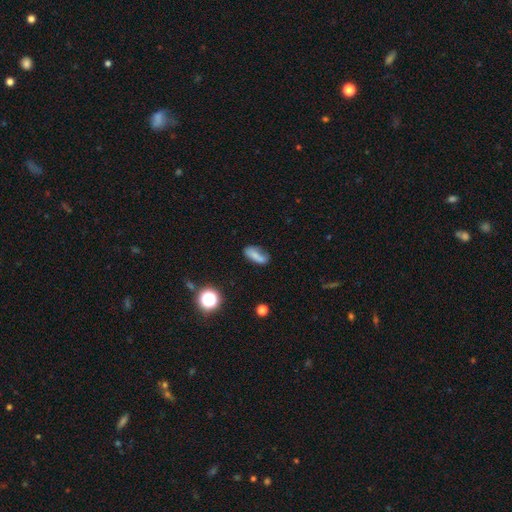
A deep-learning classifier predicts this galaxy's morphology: Smooth or featured: smooth — 71% (featured or disk — 17%)
How rounded: in between — 75% (cigar-shaped — 20%)
Merging: none — 55% (minor disturbance — 25%)